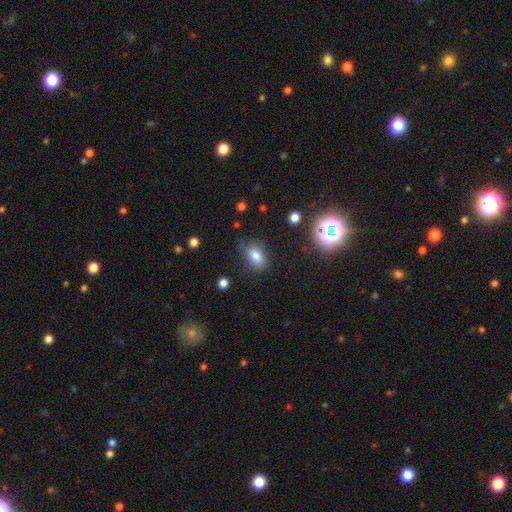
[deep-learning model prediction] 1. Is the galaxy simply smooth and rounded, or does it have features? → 79% smooth, 13% star or artifact, 9% featured or disk.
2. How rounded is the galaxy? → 85% in between, 13% round, 2% cigar-shaped.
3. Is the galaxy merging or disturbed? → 70% none, 22% minor disturbance, 6% major disturbance, 2% merger.